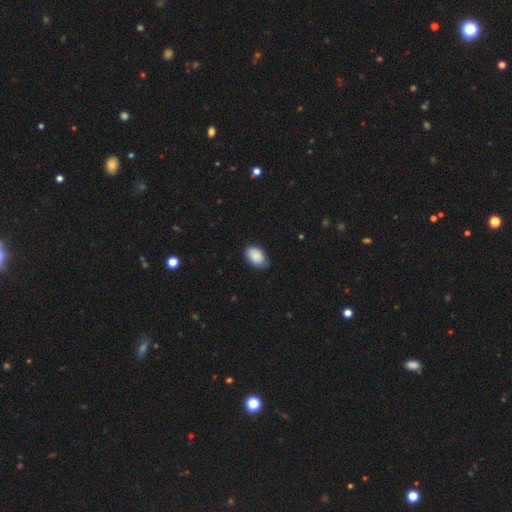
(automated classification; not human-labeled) A smooth galaxy with no disk features (86%) that is in between round and cigar-shaped (90%). Merging: none (75%).